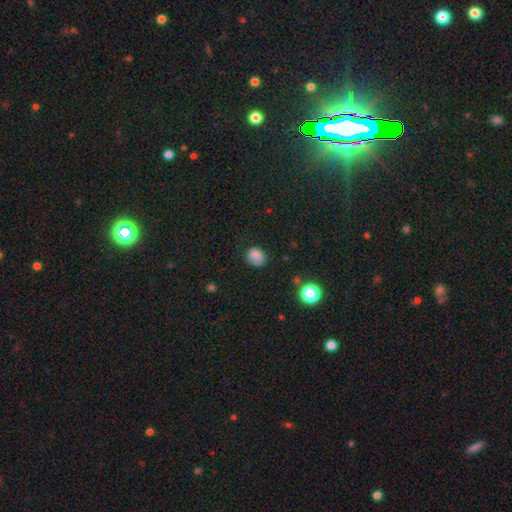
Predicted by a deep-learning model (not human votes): smooth 81%, star or artifact 12%, featured or disk 8%. Down the decision tree: how rounded — round (61%); merging — none (66%).